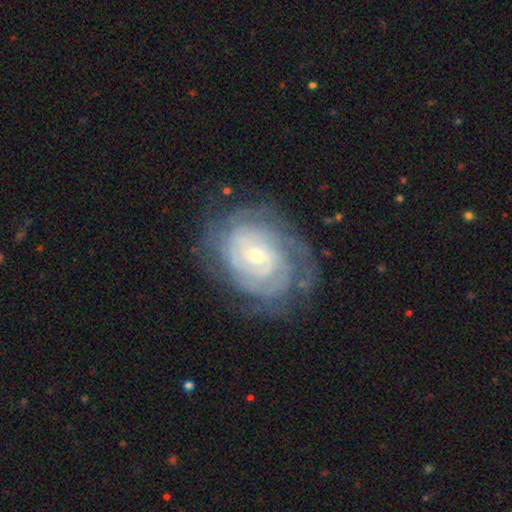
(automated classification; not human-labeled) smooth-or-featured: featured or disk: 83% | smooth: 11% | star or artifact: 6%
  disk-edge-on: no: 97% | yes: 3%
    bar: no: 61% | weak: 32% | strong: 7%
    has-spiral-arms: yes: 93% | no: 7%
      spiral-winding: tight: 78% | medium: 18% | loose: 4%
      spiral-arm-count: can't tell: 46% | 2: 18% | 3: 13% | 4: 11% | more than 4: 6% | 1: 5%
    bulge-size: small: 68% | moderate: 28% | large: 2% | none: 1% | dominant: 1%
  merging: none: 71% | minor disturbance: 19% | major disturbance: 9% | merger: 1%